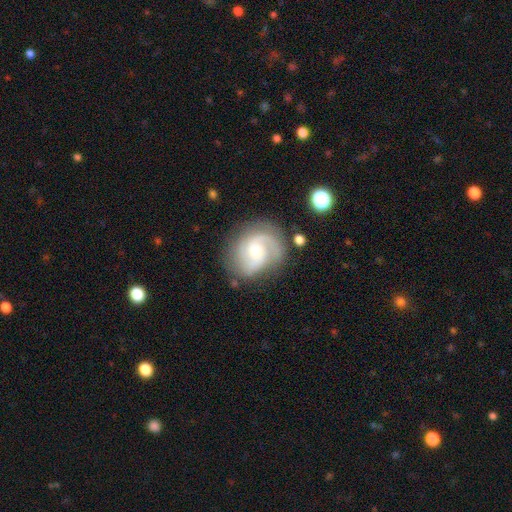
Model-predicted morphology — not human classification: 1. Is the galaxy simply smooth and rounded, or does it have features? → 82% featured or disk, 11% smooth, 7% star or artifact.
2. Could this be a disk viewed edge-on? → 98% no, 2% yes.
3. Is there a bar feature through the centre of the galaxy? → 52% no, 40% weak, 8% strong.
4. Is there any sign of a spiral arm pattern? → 96% yes, 4% no.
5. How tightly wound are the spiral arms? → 45% medium, 36% tight, 19% loose.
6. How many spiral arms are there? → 68% 2, 11% 1, 10% can't tell, 7% 3, 2% 4, 2% more than 4.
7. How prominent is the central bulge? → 51% moderate, 44% small, 3% large, 2% none, 1% dominant.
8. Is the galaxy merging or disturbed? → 73% none, 17% minor disturbance, 7% major disturbance, 2% merger.